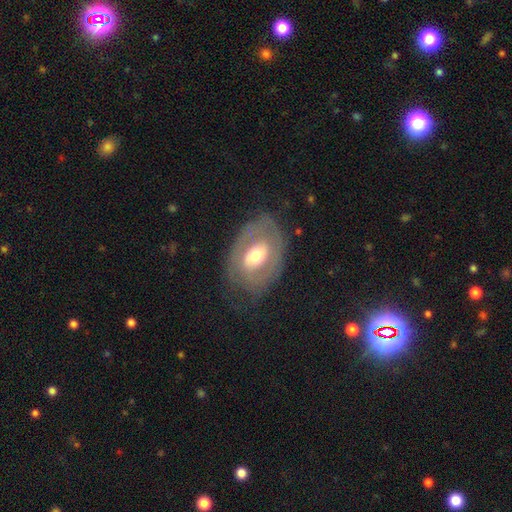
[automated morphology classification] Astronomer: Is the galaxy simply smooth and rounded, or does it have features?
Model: featured or disk — 67%.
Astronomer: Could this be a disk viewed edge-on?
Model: no — 94%.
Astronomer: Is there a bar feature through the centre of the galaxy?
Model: no — 42% (runner-up: weak, 38%).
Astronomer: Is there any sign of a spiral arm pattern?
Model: yes — 57% (runner-up: no, 43%).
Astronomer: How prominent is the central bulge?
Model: moderate — 67%.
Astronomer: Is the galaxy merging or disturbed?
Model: none — 65%.